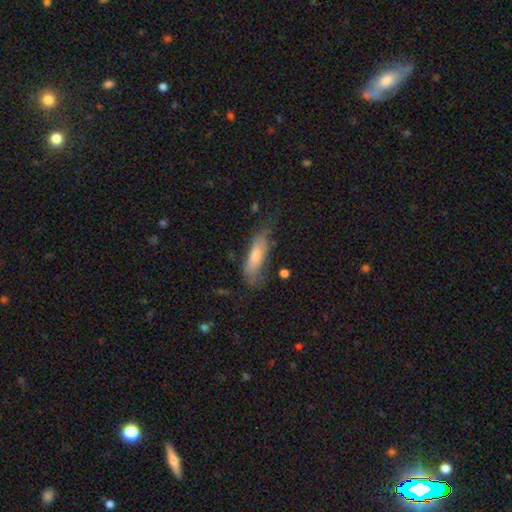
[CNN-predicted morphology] A smooth galaxy with no disk features (62%) that is cigar-shaped (49%, tied with in between).

Vote fractions:
- Smooth or featured? smooth: 62% / featured or disk: 30% / star or artifact: 7%
- How rounded? cigar-shaped: 49% (tied) / in between: 49% (tied) / round: 2%
- Merging? none: 55% / minor disturbance: 29% / major disturbance: 14% / merger: 3%